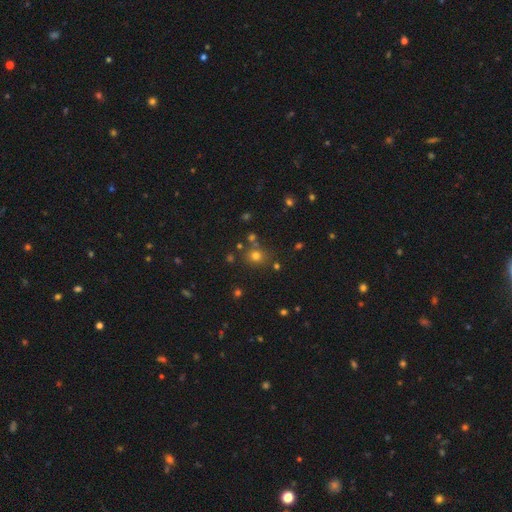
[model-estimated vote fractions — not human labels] This appears to be a smooth galaxy with no disk features (71%) that is round (80%). Merging: none (75%).